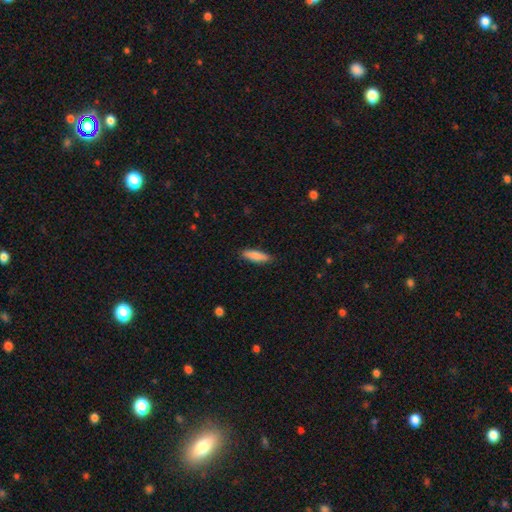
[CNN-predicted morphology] type=smooth (85%); roundness=cigar-shaped (61%); merging=none (88%).